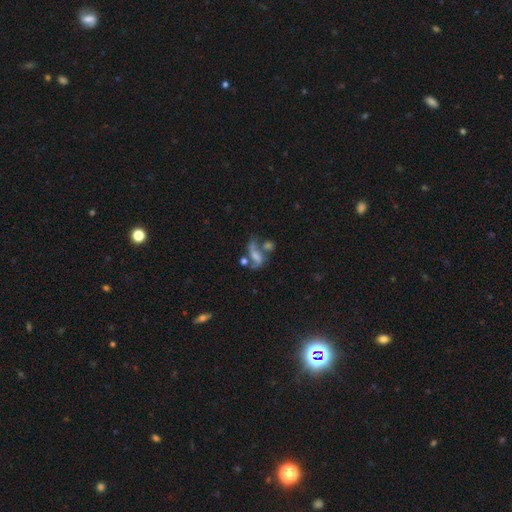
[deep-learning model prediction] Overall: featured or disk (57%; smooth 29%). Edge-on disk: no (93%). Bar: no (45%; weak 34%). Spiral arms: yes (71%). Bulge size: none (38%; moderate 26%). Merging: merger (34%; none 28%).